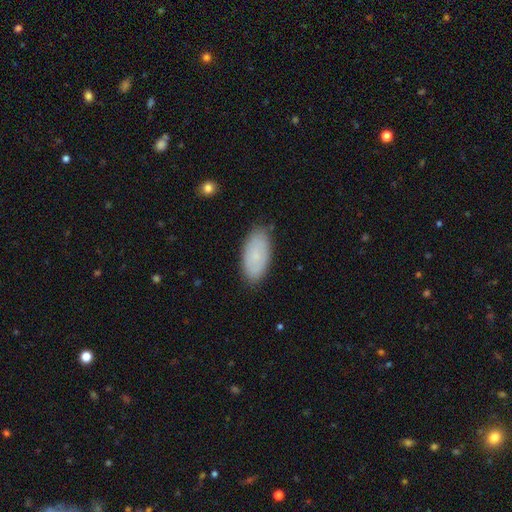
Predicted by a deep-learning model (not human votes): Morphology: type=smooth (74%); roundness=in between (93%); merging=none (82%).